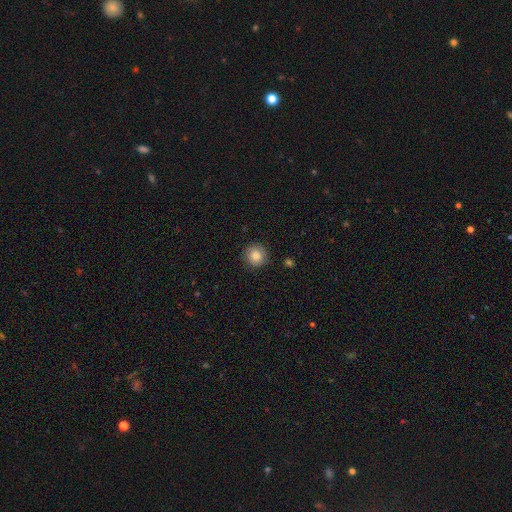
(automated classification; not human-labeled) Morphology: type=smooth (85%); roundness=round (92%); merging=none (88%).